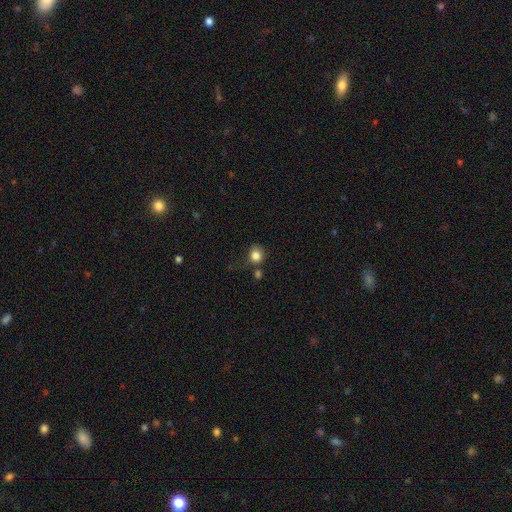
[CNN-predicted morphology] smooth-or-featured: smooth: 83% | star or artifact: 11% | featured or disk: 6%
  how-rounded: round: 75% | in between: 24% | cigar-shaped: 1%
  merging: none: 59% | minor disturbance: 21% | merger: 11% | major disturbance: 9%